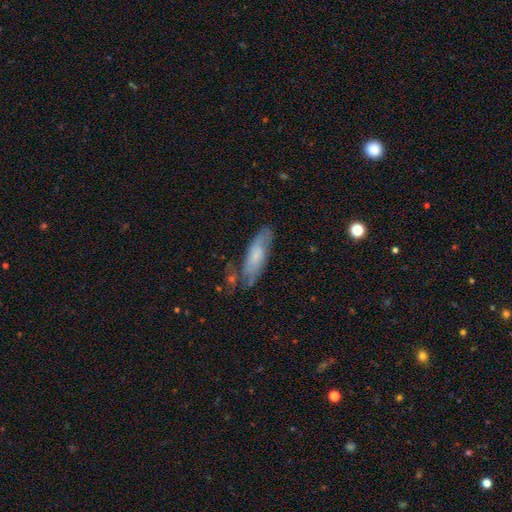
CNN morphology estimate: smooth 52%, featured or disk 40%, star or artifact 8%. Down the decision tree: how rounded — cigar-shaped (49%, tied with in between); merging — none (60%).